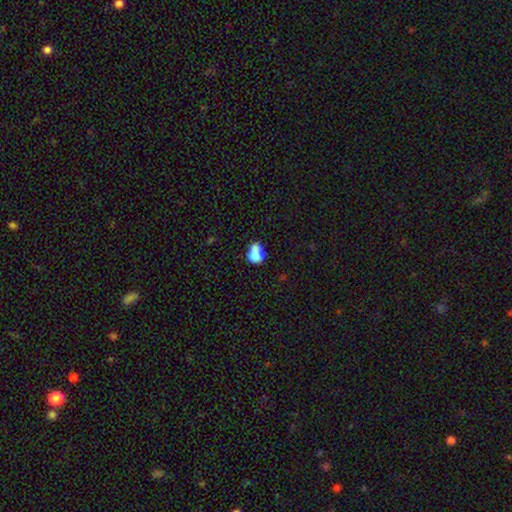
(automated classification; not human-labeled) Morphology: type=smooth (75%); roundness=round (52%); merging=merger (42%).